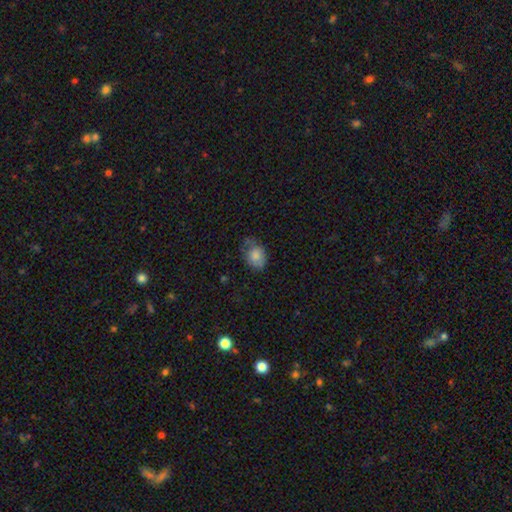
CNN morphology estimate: Smooth or featured? Predicted: smooth (p=0.78). How rounded? Predicted: in between (p=0.58). Merging? Predicted: none (p=0.48).